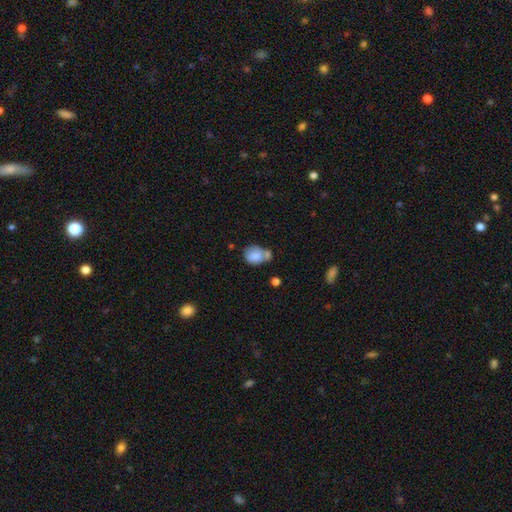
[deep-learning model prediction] smooth_or_featured: smooth (p=0.80) [alt: featured or disk p=0.12]
how_rounded: round (p=0.54) [alt: in between p=0.45]
merging: merger (p=0.40) [alt: none p=0.35]